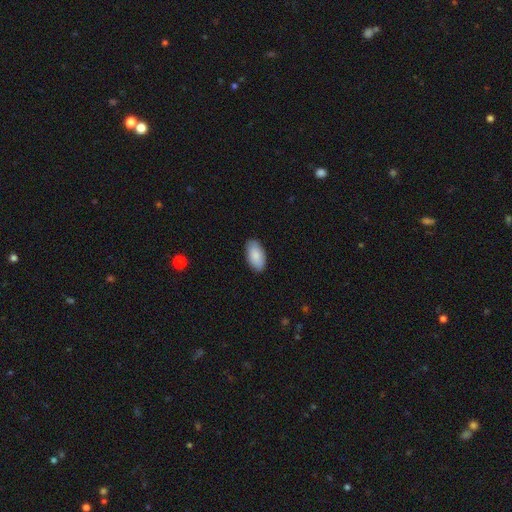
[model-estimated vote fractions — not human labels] Q: Smooth or featured?
A: smooth (88%); runner-up: featured or disk (6%)
Q: How rounded?
A: in between (95%); runner-up: cigar-shaped (3%)
Q: Merging?
A: none (88%); runner-up: minor disturbance (9%)